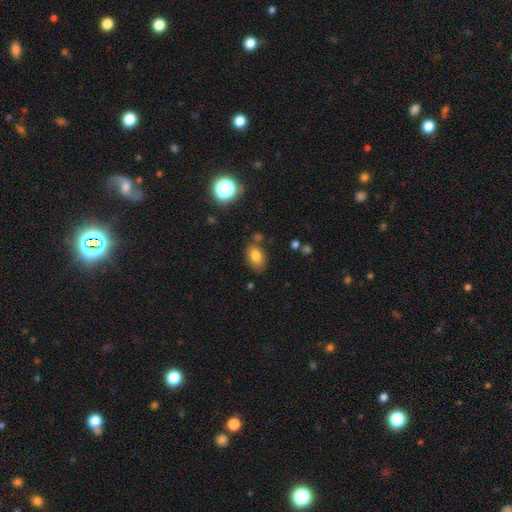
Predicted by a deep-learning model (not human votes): smooth-or-featured: smooth: 79% | star or artifact: 11% | featured or disk: 9%
  how-rounded: in between: 83% | round: 15% | cigar-shaped: 2%
  merging: none: 74% | minor disturbance: 16% | merger: 6% | major disturbance: 4%